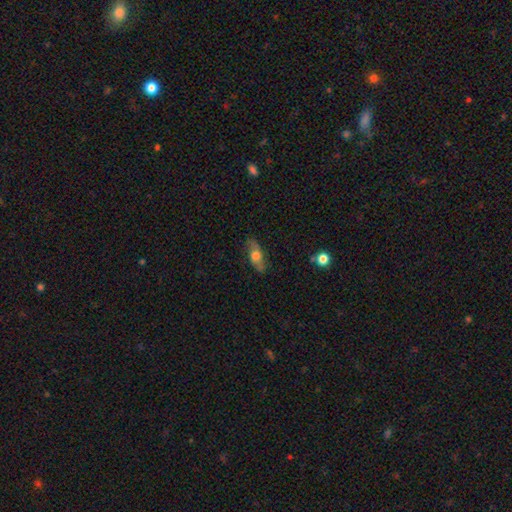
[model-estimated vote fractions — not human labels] This is possibly a smooth galaxy (54%). How rounded: likely in between (70%). Merging: likely none (78%).